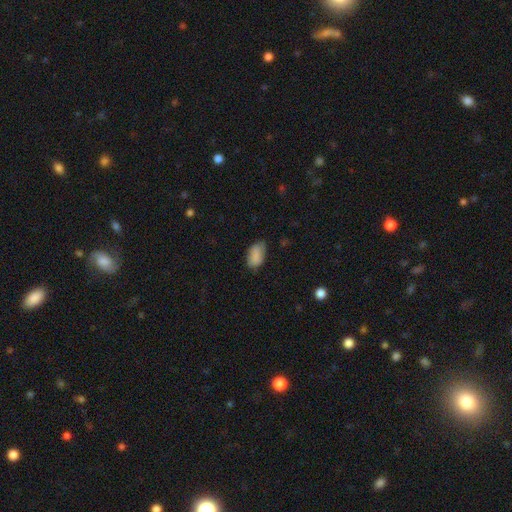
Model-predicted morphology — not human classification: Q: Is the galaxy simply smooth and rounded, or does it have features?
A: smooth — 86%.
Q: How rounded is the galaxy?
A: in between — 93%.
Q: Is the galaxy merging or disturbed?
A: none — 66%.